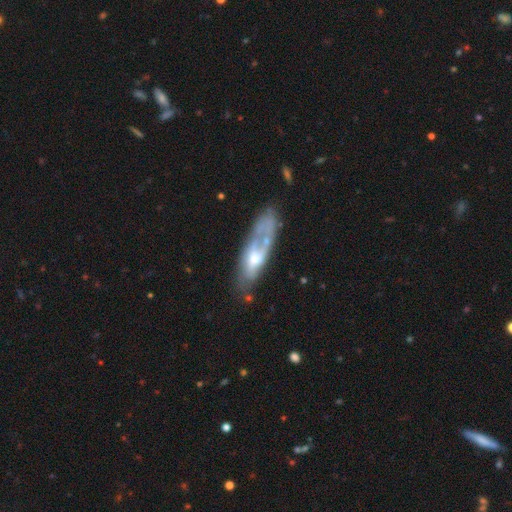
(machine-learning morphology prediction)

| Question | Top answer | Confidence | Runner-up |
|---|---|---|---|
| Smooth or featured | featured or disk | 60% | smooth (33%) |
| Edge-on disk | no | 73% | yes (27%) |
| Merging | none | 48% | minor disturbance (25%) |